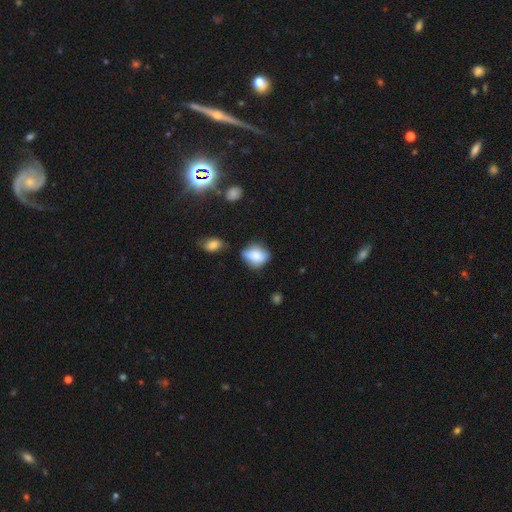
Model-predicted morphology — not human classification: This is likely a smooth galaxy (77%). How rounded: possibly in between (50%). Merging: possibly none (57%).